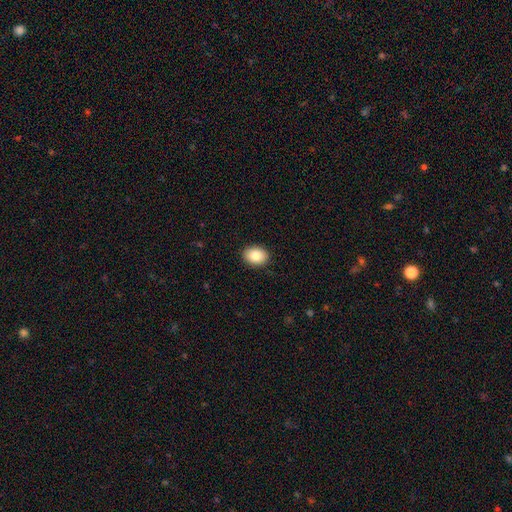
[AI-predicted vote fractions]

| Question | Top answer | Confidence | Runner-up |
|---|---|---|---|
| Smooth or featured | smooth | 84% | featured or disk (8%) |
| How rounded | in between | 64% | round (35%) |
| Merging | none | 90% | minor disturbance (7%) |